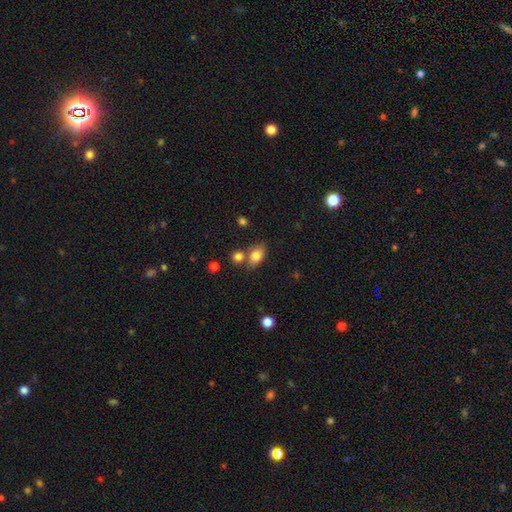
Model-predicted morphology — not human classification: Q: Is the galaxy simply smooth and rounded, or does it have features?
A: smooth — 79%.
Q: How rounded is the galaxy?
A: in between — 82%.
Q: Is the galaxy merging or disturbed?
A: none — 61%.